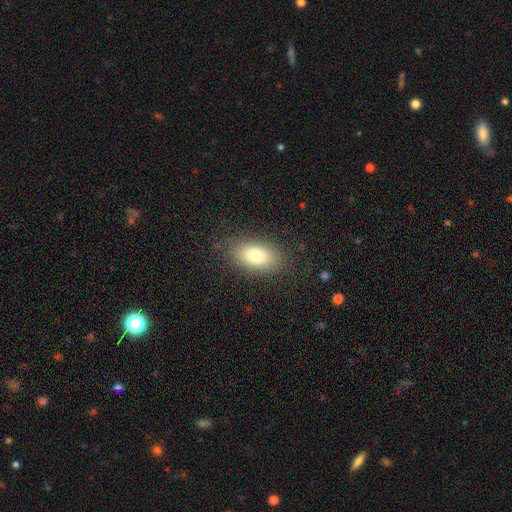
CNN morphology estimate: smooth 81%, featured or disk 11%, star or artifact 8%. Down the decision tree: how rounded — in between (91%); merging — none (84%).